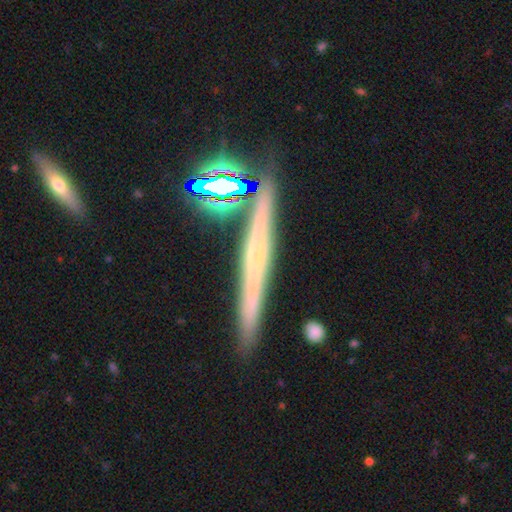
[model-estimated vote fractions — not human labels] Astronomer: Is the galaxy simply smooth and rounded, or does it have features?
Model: featured or disk — 51% (runner-up: smooth, 30%).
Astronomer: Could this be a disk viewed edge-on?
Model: yes — 95%.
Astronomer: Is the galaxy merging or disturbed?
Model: none — 83%.